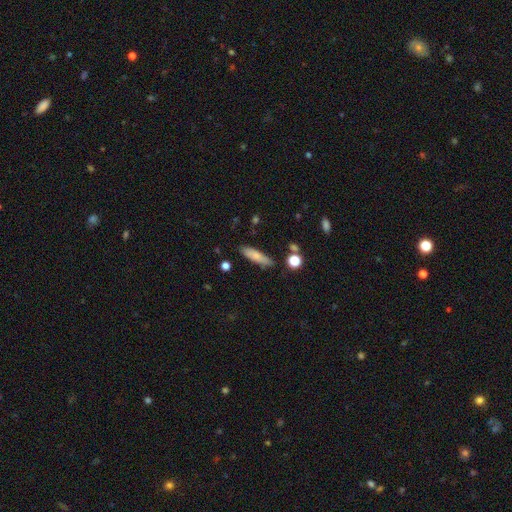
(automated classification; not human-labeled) A smooth galaxy with no disk features (75%) that is cigar-shaped (70%).

Vote fractions:
- Smooth or featured? smooth: 75% / featured or disk: 18% / star or artifact: 7%
- How rounded? cigar-shaped: 70% / in between: 28% / round: 2%
- Merging? none: 80% / minor disturbance: 14% / merger: 3% / major disturbance: 3%